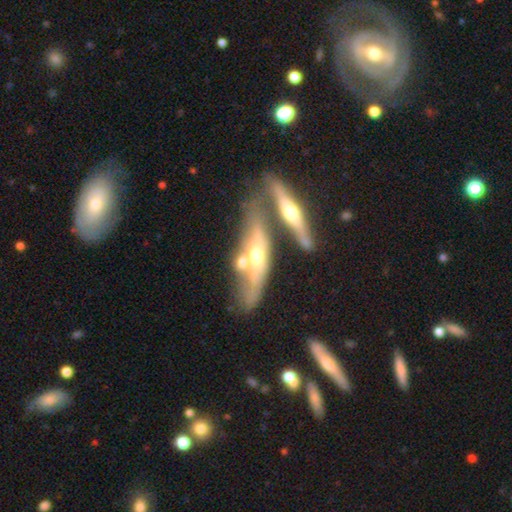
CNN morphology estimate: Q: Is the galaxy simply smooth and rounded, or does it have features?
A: featured or disk — 65%.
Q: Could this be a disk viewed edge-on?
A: yes — 71%.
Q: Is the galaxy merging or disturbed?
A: merger — 46%.